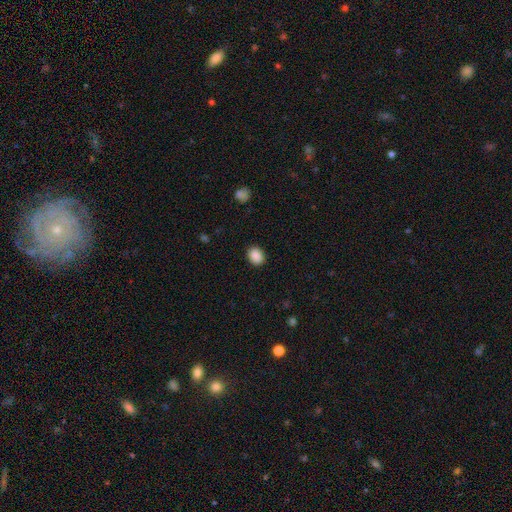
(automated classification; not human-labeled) smooth-or-featured: smooth: 89% | star or artifact: 8% | featured or disk: 3%
  how-rounded: in between: 57% | round: 42% | cigar-shaped: 1%
  merging: none: 89% | minor disturbance: 8% | major disturbance: 2% | merger: 1%